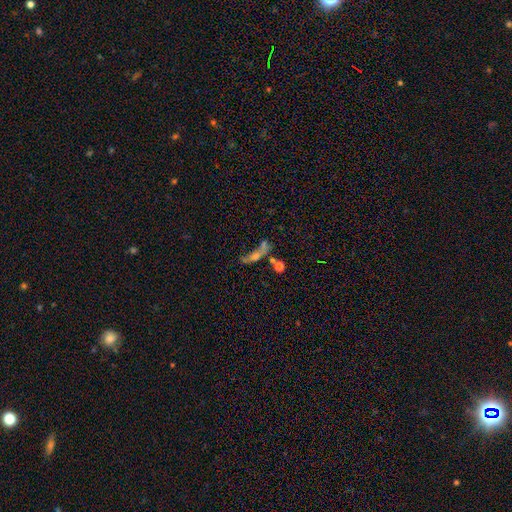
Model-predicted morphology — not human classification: The model was most divided on "smooth or featured": featured or disk: 40%, smooth: 37%, star or artifact: 23%. Remaining: merging — merger (33%).